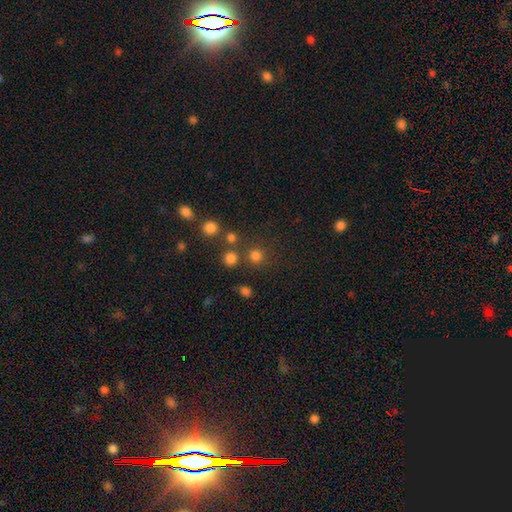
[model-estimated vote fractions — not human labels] Overall: smooth (77%). How rounded: round (91%). Merging: none (75%).